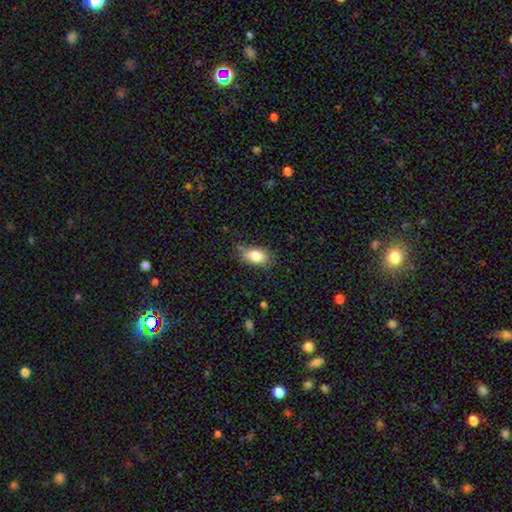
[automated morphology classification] type=smooth (82%); roundness=in between (89%); merging=none (68%).